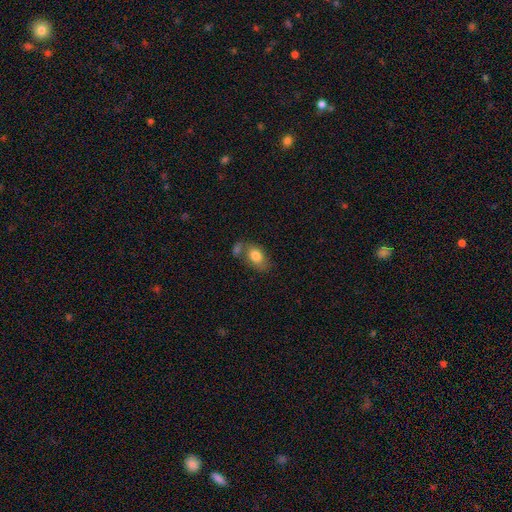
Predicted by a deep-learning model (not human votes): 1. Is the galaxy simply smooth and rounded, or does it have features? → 78% smooth, 14% featured or disk, 8% star or artifact.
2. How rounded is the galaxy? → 82% in between, 16% round, 2% cigar-shaped.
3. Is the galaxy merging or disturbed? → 46% none, 30% merger, 17% minor disturbance, 7% major disturbance.